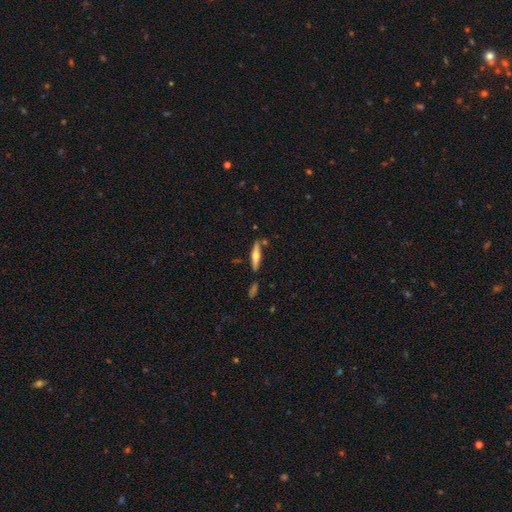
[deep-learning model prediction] Smooth or featured?
  - featured or disk: 57% *
  - smooth: 37%
  - star or artifact: 6%
Edge-on disk?
  - yes: 94% *
  - no: 6%
Edge-on bulge?
  - rounded: 93% *
  - boxy: 4%
  - none: 3%
Merging?
  - none: 82% *
  - minor disturbance: 10%
  - merger: 5%
  - major disturbance: 3%